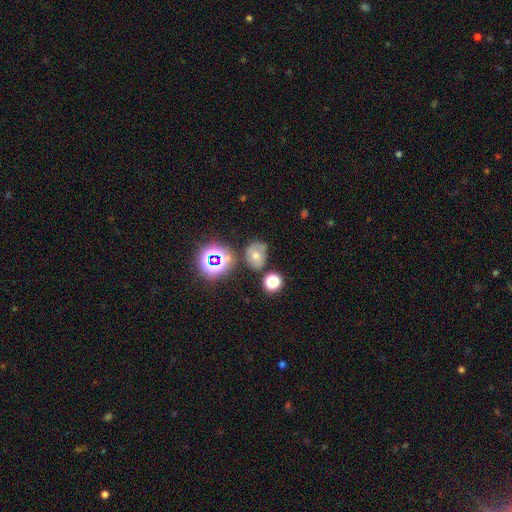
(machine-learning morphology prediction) Smooth or featured: smooth — 39% (star or artifact — 36%)
Merging: none — 70% (minor disturbance — 17%)